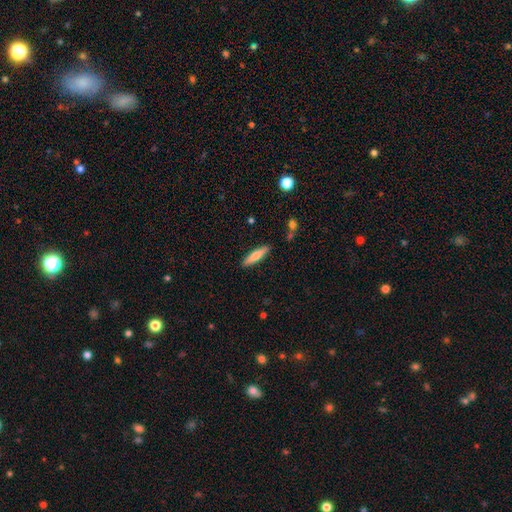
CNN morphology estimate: Overall: smooth (65%; featured or disk 29%). How rounded: cigar-shaped (81%). Merging: none (88%).